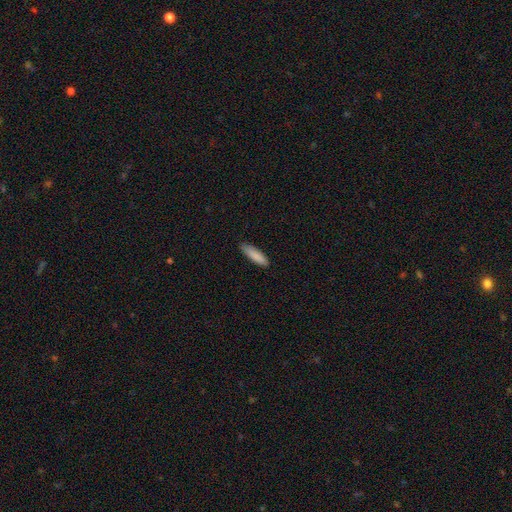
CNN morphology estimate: This appears to be a smooth galaxy with no disk features (88%) that is cigar-shaped (66%). Merging: none (85%).